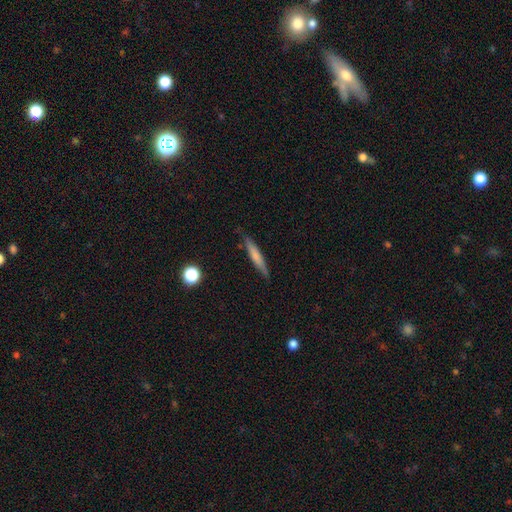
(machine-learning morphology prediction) Q: Smooth or featured?
A: smooth (64%); runner-up: featured or disk (30%)
Q: How rounded?
A: cigar-shaped (92%); runner-up: in between (7%)
Q: Merging?
A: none (85%); runner-up: minor disturbance (12%)